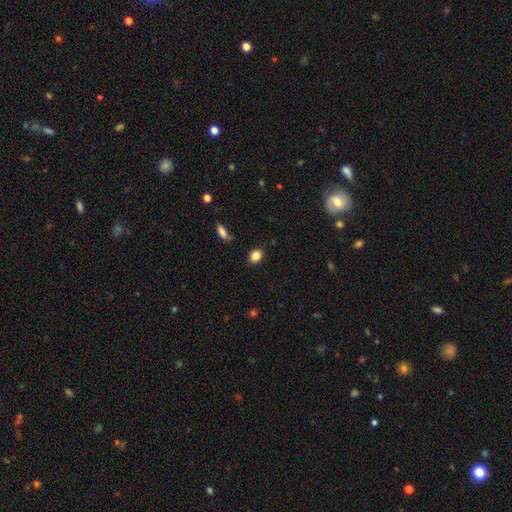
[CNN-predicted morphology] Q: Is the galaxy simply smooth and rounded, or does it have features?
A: smooth — 85%.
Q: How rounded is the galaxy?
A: in between — 63%.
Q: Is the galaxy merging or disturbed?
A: none — 86%.